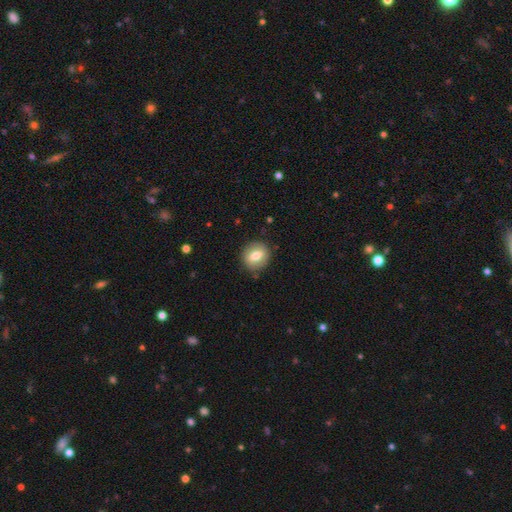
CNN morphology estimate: Smooth or featured: smooth — 68% (featured or disk — 24%)
How rounded: round — 70% (in between — 29%)
Merging: none — 87% (minor disturbance — 9%)